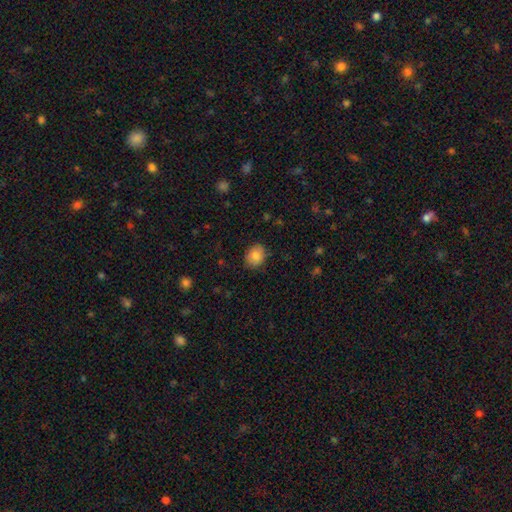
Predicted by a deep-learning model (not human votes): A smooth galaxy with no disk features (85%) that is round (54%).

Vote fractions:
- Smooth or featured? smooth: 85% / star or artifact: 8% / featured or disk: 7%
- How rounded? round: 54% / in between: 45% / cigar-shaped: 1%
- Merging? none: 84% / minor disturbance: 12% / major disturbance: 3% / merger: 1%